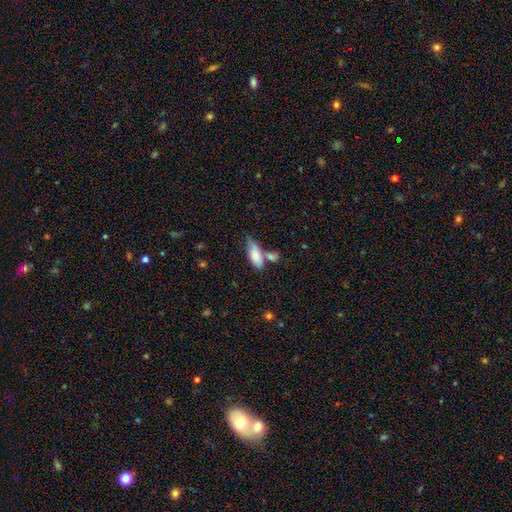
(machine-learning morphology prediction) A smooth galaxy with no disk features (77%) that is in between round and cigar-shaped (80%). Merging: none (41%).